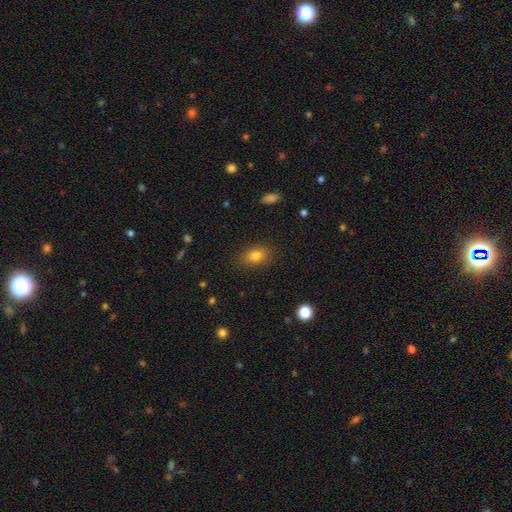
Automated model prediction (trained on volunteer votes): A smooth galaxy with no disk features (80%) that is in between round and cigar-shaped (83%). Merging: none (83%).